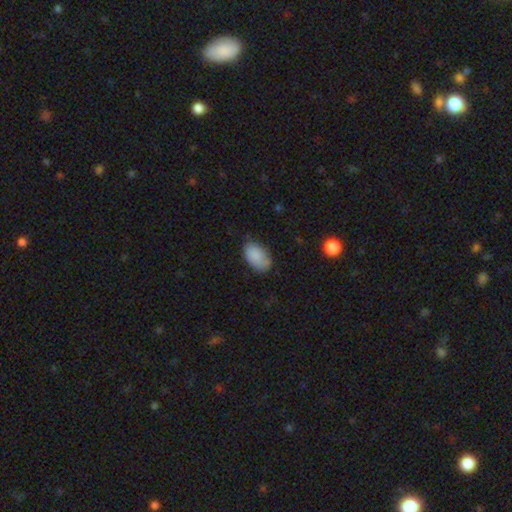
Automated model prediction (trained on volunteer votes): Overall: smooth (86%). How rounded: in between (92%). Merging: none (68%).